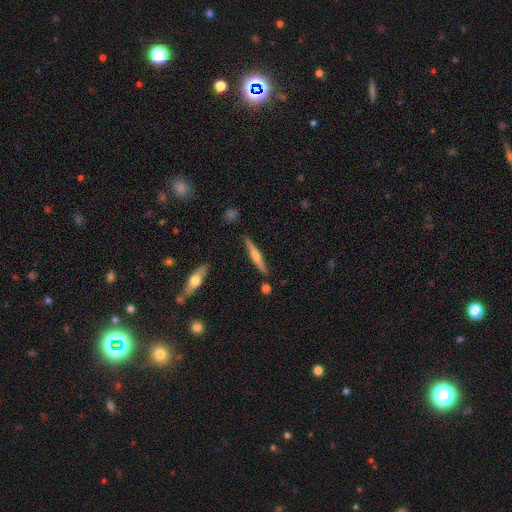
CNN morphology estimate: Overall: featured or disk (50%; smooth 44%). Edge-on disk: yes (96%). Merging: none (85%).